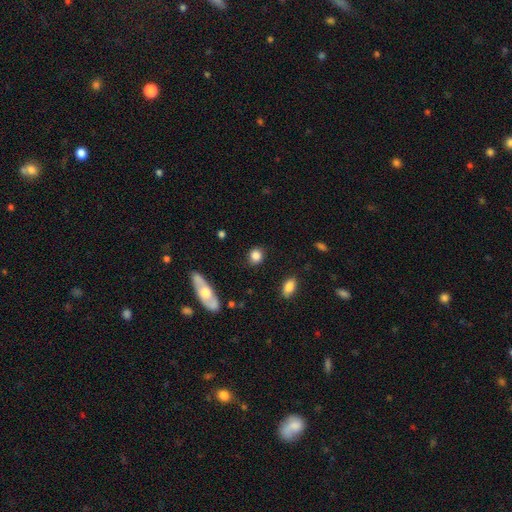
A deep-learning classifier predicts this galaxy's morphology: A smooth galaxy with no disk features (85%) that is round (72%). Merging: none (84%).